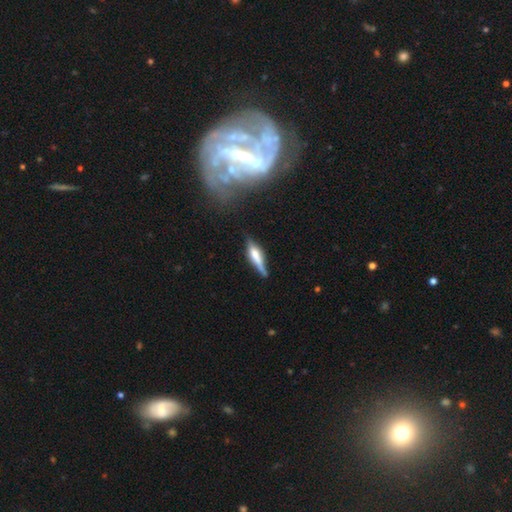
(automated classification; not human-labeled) Overall: featured or disk (51%; smooth 41%). Edge-on disk: yes (91%). Merging: none (61%; minor disturbance 25%).